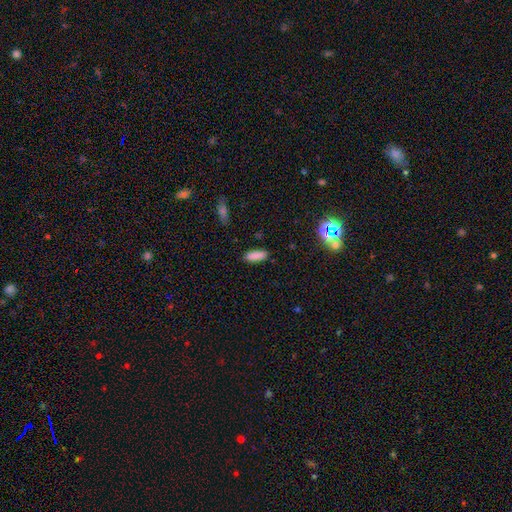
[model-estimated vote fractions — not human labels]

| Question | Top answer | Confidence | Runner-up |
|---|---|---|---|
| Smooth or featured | smooth | 86% | star or artifact (10%) |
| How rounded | in between | 62% | cigar-shaped (36%) |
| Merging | none | 87% | minor disturbance (10%) |